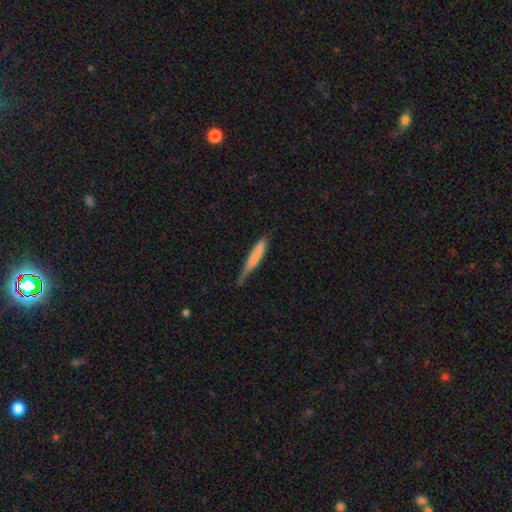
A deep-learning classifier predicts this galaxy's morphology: This is likely a smooth galaxy (74%). How rounded: clearly cigar-shaped (92%). Merging: possibly none (52%).